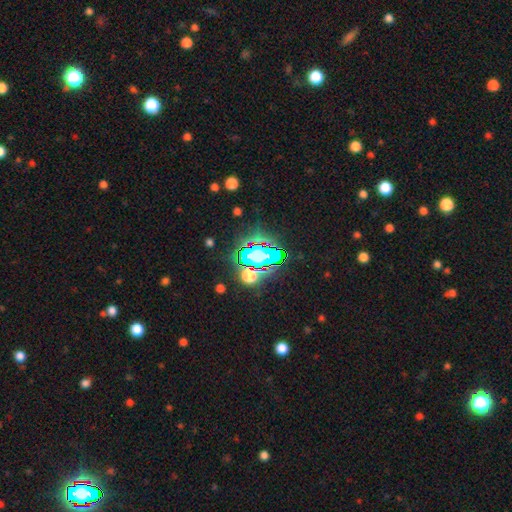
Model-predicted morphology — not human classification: smooth-or-featured: star or artifact: 63% | smooth: 24% | featured or disk: 13%